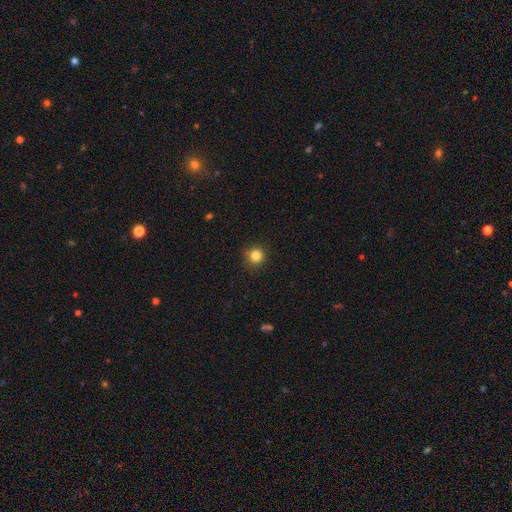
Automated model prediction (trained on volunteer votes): Smooth or featured? Predicted: smooth (p=0.83). How rounded? Predicted: round (p=0.92). Merging? Predicted: none (p=0.88).